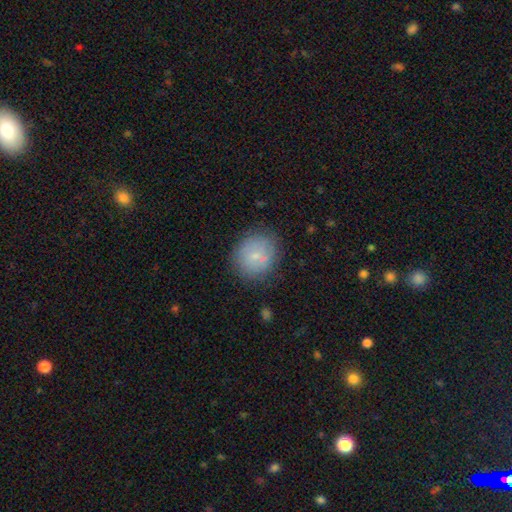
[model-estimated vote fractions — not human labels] A smooth galaxy with no disk features (73%) that is round (83%).

Vote fractions:
- Smooth or featured? smooth: 73% / featured or disk: 18% / star or artifact: 9%
- How rounded? round: 83% / in between: 16% / cigar-shaped: 1%
- Merging? none: 78% / minor disturbance: 14% / major disturbance: 4% / merger: 4%